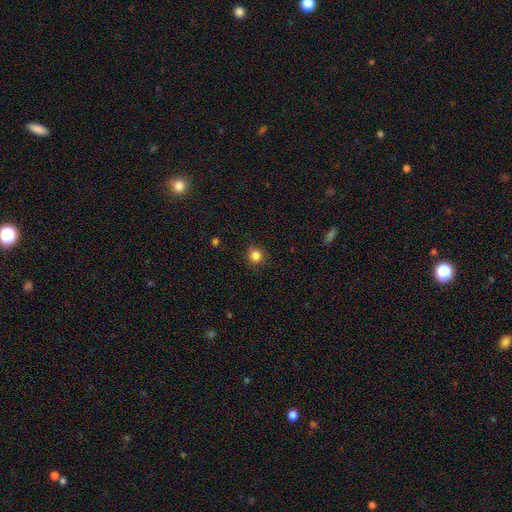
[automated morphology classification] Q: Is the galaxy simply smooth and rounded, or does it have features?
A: smooth — 84%.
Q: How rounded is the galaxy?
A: round — 89%.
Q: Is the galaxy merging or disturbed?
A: none — 86%.